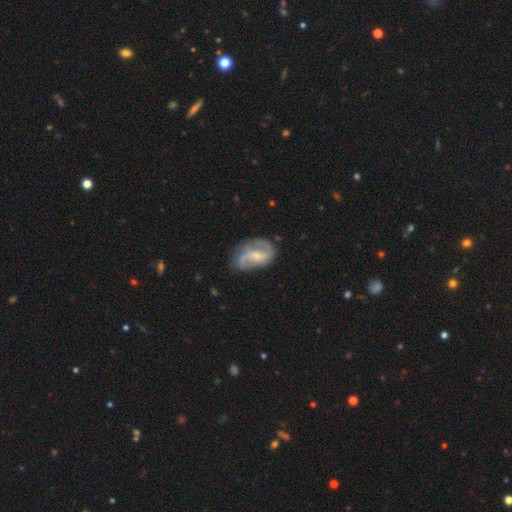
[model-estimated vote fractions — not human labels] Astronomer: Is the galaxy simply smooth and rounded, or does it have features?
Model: featured or disk — 77%.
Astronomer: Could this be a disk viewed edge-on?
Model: no — 97%.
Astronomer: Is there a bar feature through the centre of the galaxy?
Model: weak — 47% (runner-up: no, 36%).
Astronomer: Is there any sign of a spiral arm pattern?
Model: yes — 91%.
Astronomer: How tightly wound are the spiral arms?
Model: loose — 48% (runner-up: medium, 39%).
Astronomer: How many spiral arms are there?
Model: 2 — 79%.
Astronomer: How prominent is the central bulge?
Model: small — 61%.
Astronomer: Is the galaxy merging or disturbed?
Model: none — 58%.